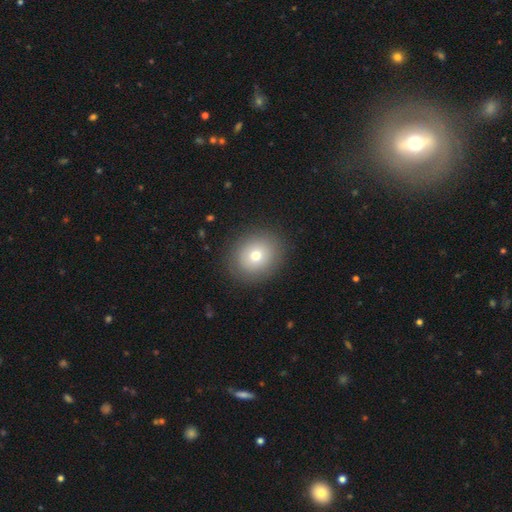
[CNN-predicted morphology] Smooth or featured? smooth (72%)
How rounded? round (72%)
Merging? none (87%)